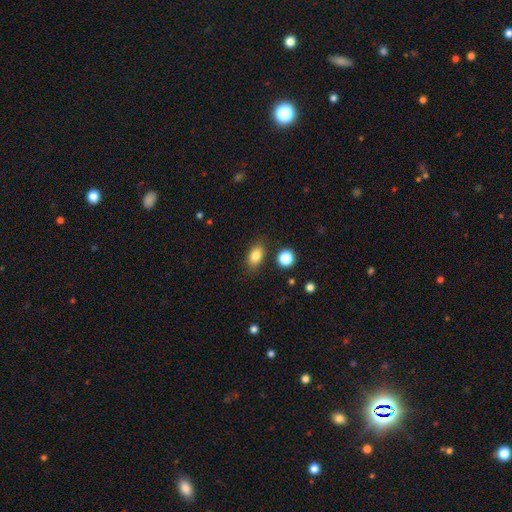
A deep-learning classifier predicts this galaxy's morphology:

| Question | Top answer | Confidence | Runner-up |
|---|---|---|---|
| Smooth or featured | smooth | 83% | star or artifact (9%) |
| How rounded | in between | 85% | round (12%) |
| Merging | none | 83% | minor disturbance (10%) |